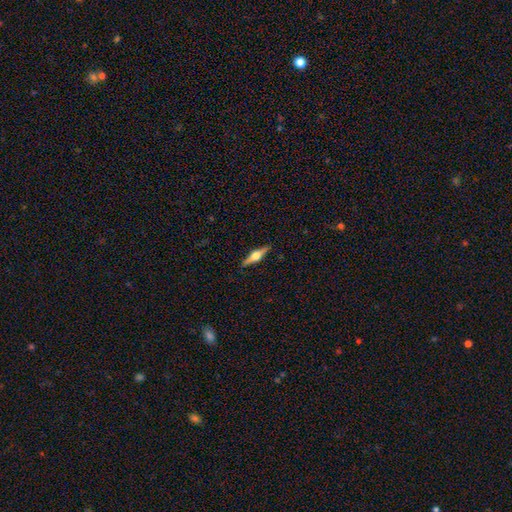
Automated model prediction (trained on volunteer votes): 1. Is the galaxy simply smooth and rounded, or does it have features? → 71% featured or disk, 24% smooth, 6% star or artifact.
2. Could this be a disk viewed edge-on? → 97% yes, 3% no.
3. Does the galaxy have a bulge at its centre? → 94% rounded, 5% boxy, 1% none.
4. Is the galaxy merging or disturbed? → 90% none, 8% minor disturbance, 2% major disturbance, 1% merger.